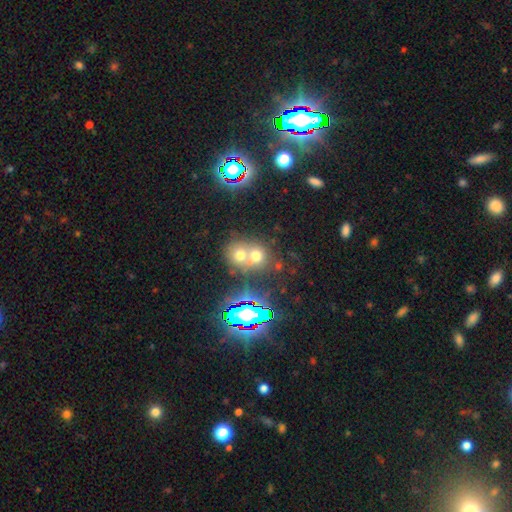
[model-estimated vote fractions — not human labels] Smooth or featured? smooth (58%)
How rounded? round (72%)
Merging? merger (61%)